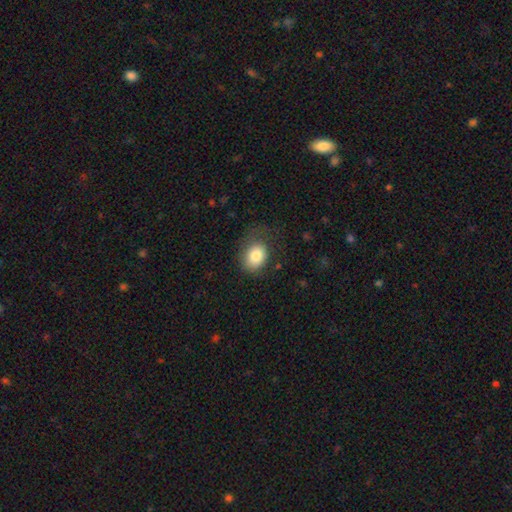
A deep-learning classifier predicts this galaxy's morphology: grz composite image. It shows a smooth galaxy with no disk features (83%) that is in between round and cigar-shaped (55%). Merging: none (60%).